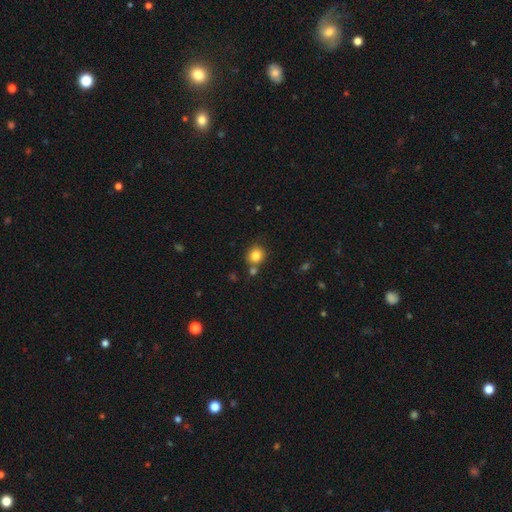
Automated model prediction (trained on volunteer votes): smooth 83%, star or artifact 11%, featured or disk 6%. Down the decision tree: how rounded — round (87%); merging — none (72%).